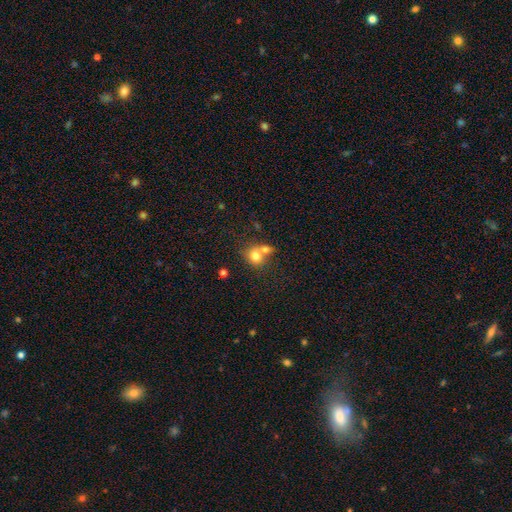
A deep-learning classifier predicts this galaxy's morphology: type=smooth (77%); roundness=round (69%); merging=merger (54%).